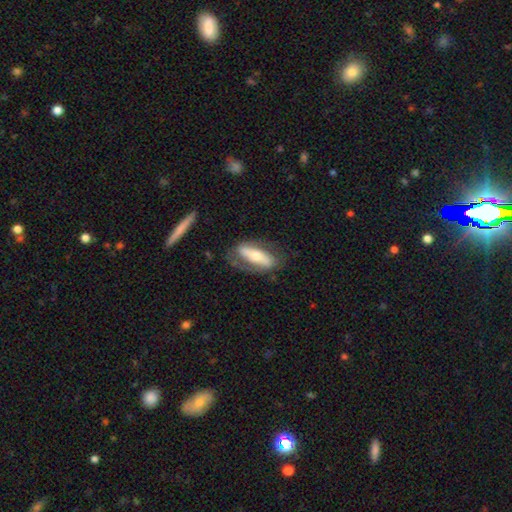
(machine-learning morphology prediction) This is possibly a featured or disk galaxy (57%). It is likely not viewed edge-on (74%). Merging: likely none (65%).